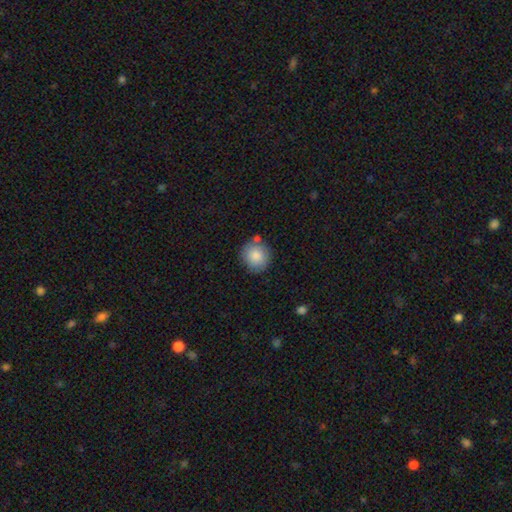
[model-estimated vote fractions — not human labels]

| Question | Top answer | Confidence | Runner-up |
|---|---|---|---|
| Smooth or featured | smooth | 85% | featured or disk (7%) |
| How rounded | round | 89% | in between (10%) |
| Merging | none | 76% | minor disturbance (13%) |